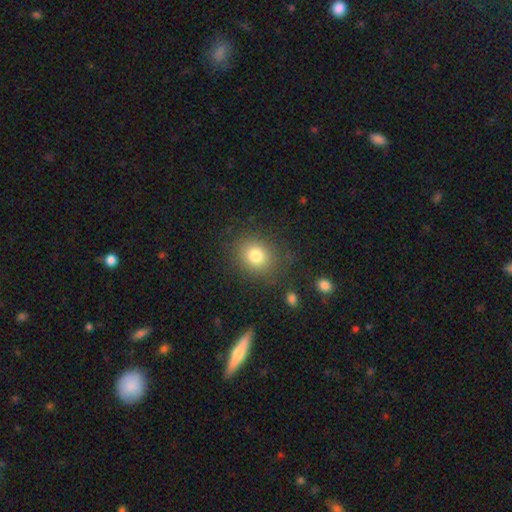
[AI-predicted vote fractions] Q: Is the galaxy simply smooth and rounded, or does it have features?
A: smooth — 79%.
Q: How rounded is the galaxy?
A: round — 66%.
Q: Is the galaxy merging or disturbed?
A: none — 82%.